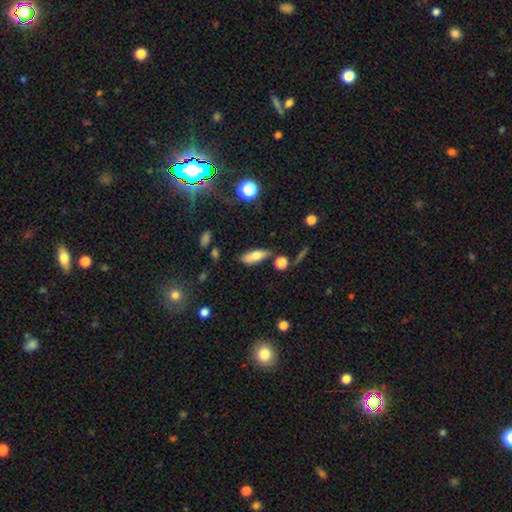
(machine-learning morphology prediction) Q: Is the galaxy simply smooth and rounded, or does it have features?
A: smooth — 72%.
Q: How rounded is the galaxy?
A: in between — 71%.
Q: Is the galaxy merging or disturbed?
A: none — 72%.